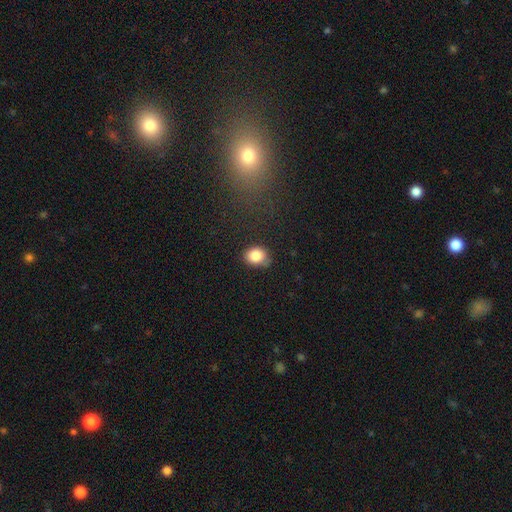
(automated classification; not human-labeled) Smooth or featured?
  - smooth: 85% *
  - star or artifact: 9%
  - featured or disk: 6%
How rounded?
  - round: 51% *
  - in between: 48%
  - cigar-shaped: 1%
Merging?
  - none: 70% *
  - minor disturbance: 23%
  - major disturbance: 4%
  - merger: 2%